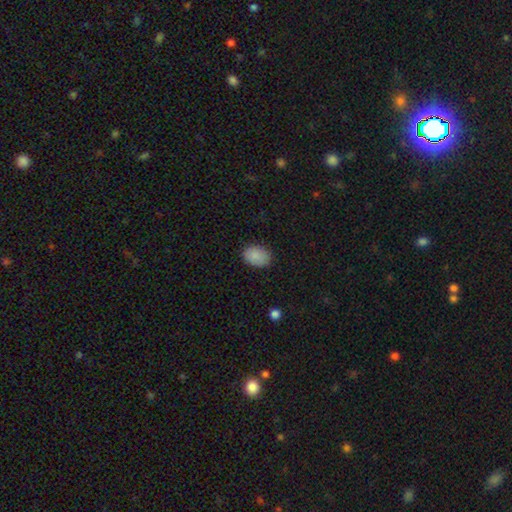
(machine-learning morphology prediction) Smooth or featured? Predicted: smooth (p=0.88). How rounded? Predicted: in between (p=0.74). Merging? Predicted: none (p=0.85).